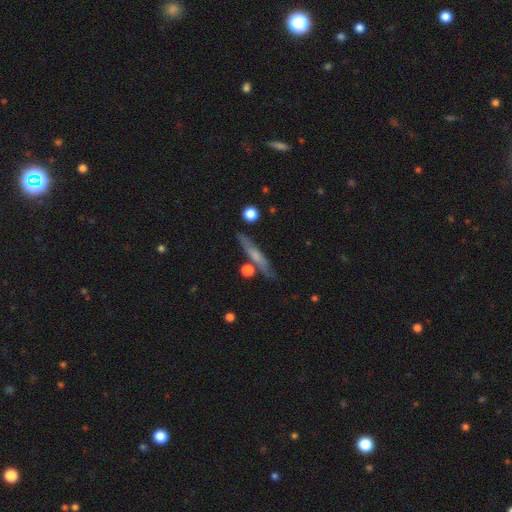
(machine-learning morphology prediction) type=smooth (52%); roundness=cigar-shaped (89%); merging=none (79%).